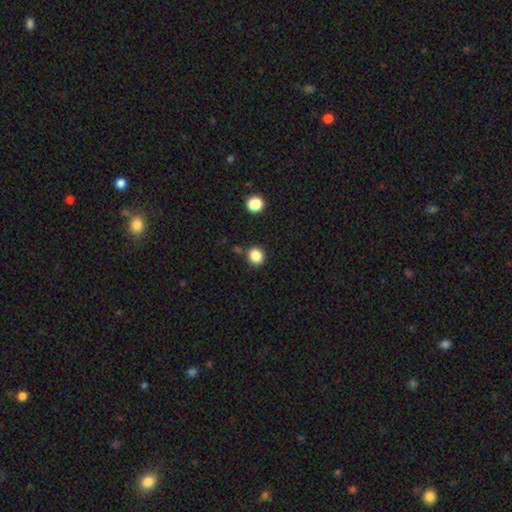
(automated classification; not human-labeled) A smooth galaxy with no disk features (86%) that is round (80%). Merging: none (85%).